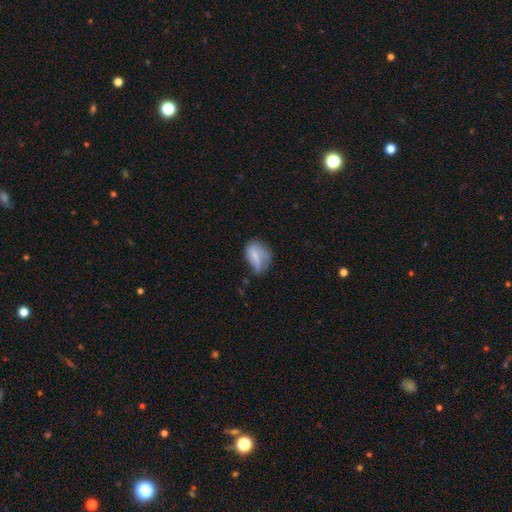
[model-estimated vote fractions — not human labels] Overall: smooth (68%). How rounded: in between (79%). Merging: minor disturbance (40%; none 31%).